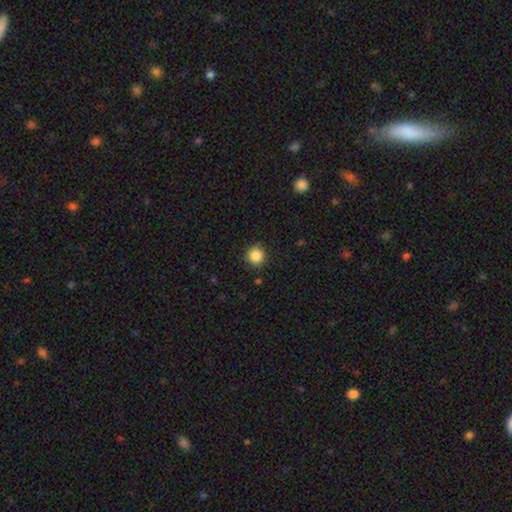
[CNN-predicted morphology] smooth 87%, star or artifact 10%, featured or disk 3%. Down the decision tree: how rounded — round (93%); merging — none (89%).